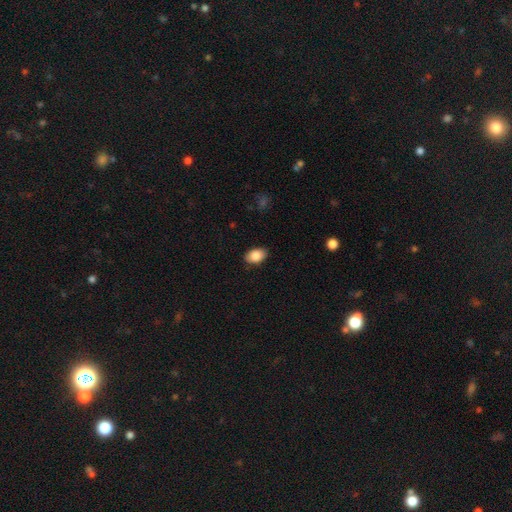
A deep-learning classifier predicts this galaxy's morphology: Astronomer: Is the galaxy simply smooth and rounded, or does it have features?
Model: smooth — 88%.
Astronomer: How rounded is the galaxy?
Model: in between — 87%.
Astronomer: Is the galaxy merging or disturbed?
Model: none — 86%.